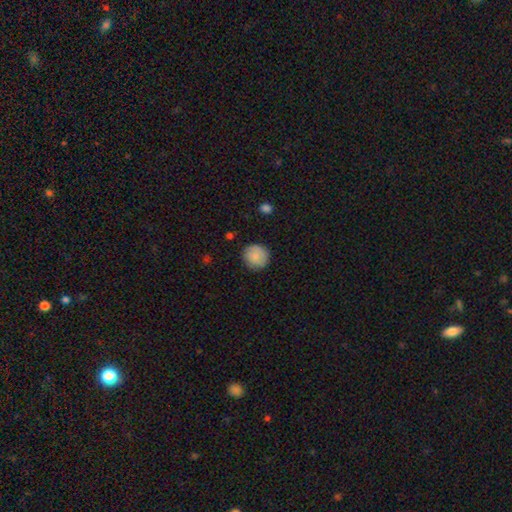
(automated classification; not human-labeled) smooth 82%, featured or disk 11%, star or artifact 7%. Down the decision tree: how rounded — round (89%); merging — none (82%).